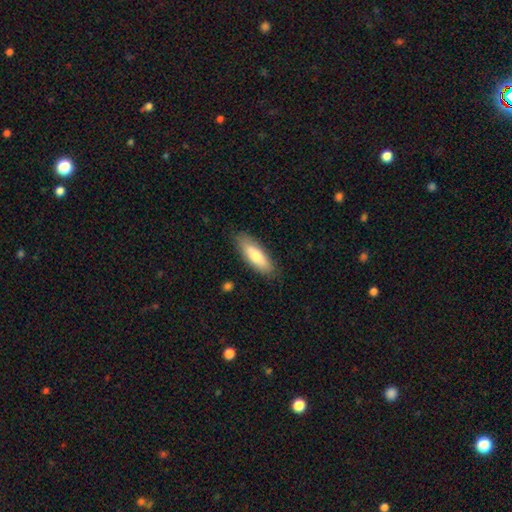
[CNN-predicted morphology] smooth 73%, featured or disk 21%, star or artifact 6%. Down the decision tree: how rounded — in between (55%); merging — none (85%).